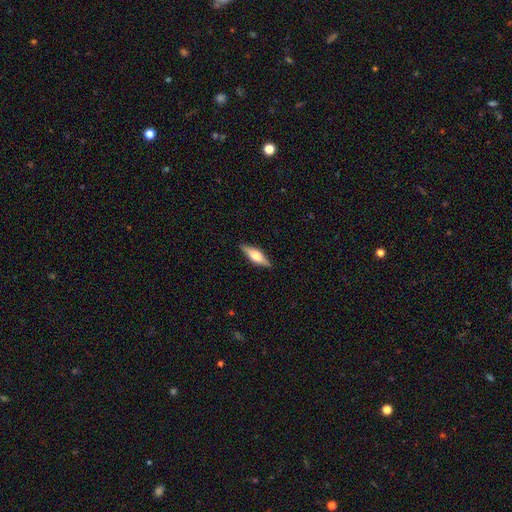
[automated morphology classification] type=featured or disk (56%); edge-on=yes (95%); edge-on bulge=rounded (91%); merging=none (89%).